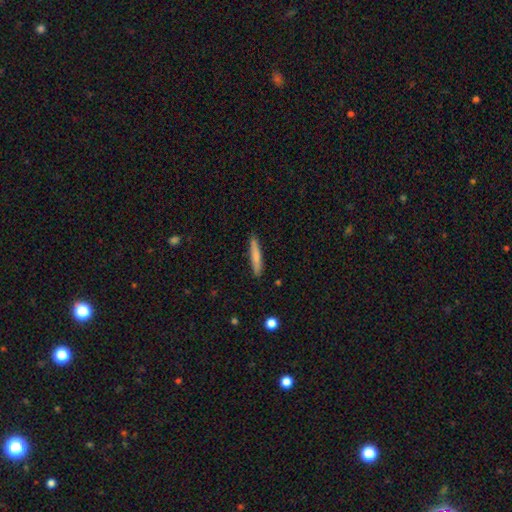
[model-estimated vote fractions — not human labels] Smooth or featured? smooth (76%)
How rounded? cigar-shaped (93%)
Merging? none (88%)